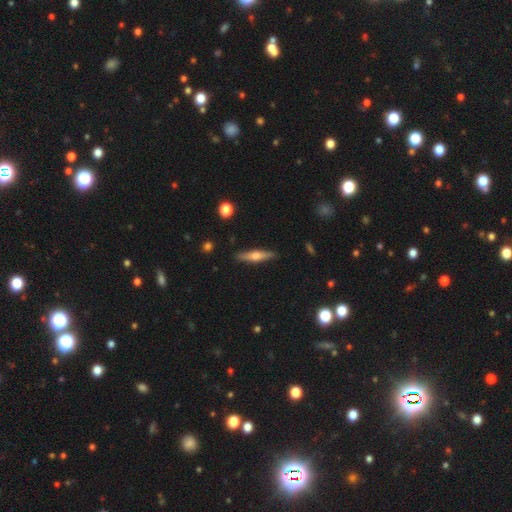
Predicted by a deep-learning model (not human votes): This appears to be a featured or disk galaxy (58%) viewed edge-on (96%) with a rounded central bulge (89%). Merging: none (89%).